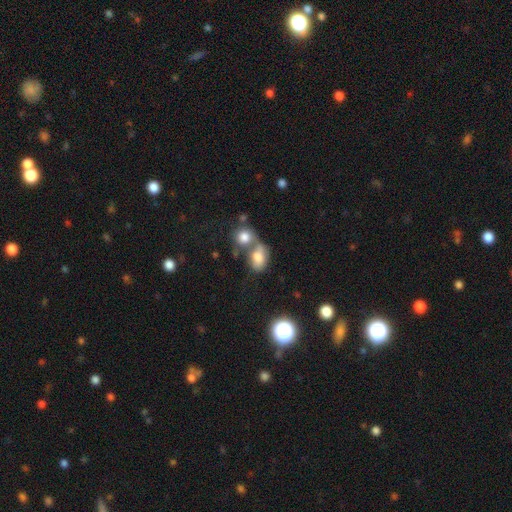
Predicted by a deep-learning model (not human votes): Morphology: type=smooth (74%); roundness=in between (73%); merging=merger (54%).